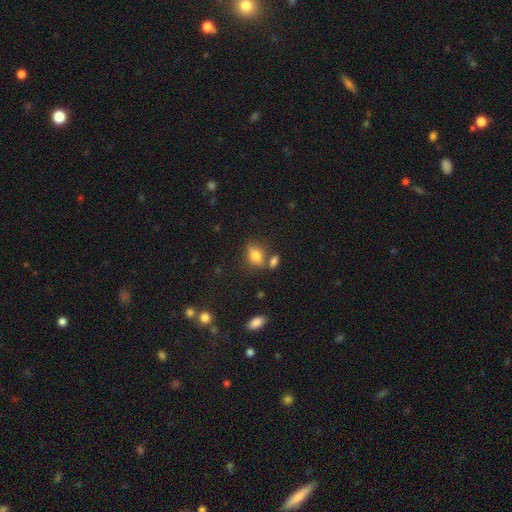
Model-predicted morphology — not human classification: Q: Smooth or featured?
A: smooth (78%); runner-up: featured or disk (12%)
Q: How rounded?
A: in between (75%); runner-up: round (22%)
Q: Merging?
A: none (62%); runner-up: merger (17%)